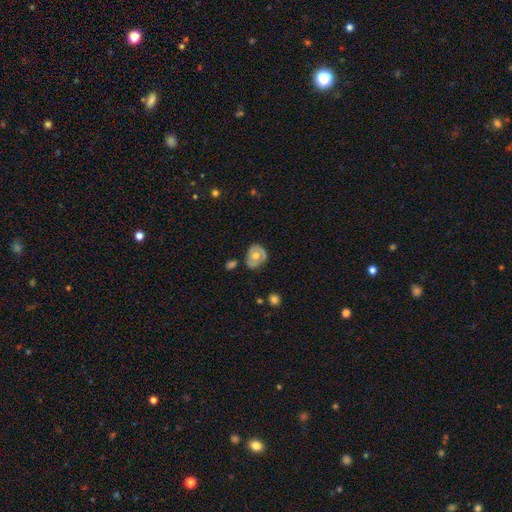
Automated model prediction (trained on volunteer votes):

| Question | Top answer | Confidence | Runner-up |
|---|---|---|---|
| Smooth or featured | featured or disk | 53% | smooth (41%) |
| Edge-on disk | no | 95% | yes (5%) |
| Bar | no | 85% | weak (12%) |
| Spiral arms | no | 57% | yes (43%) |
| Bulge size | moderate | 76% | large (11%) |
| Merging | none | 63% | minor disturbance (24%) |